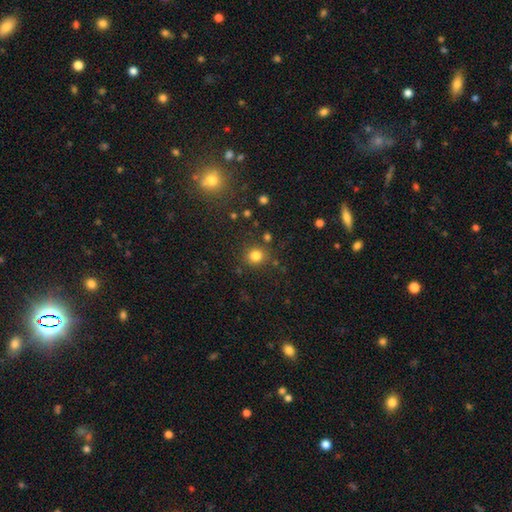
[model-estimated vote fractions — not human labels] smooth 80%, star or artifact 14%, featured or disk 6%. Down the decision tree: how rounded — round (84%); merging — none (82%).